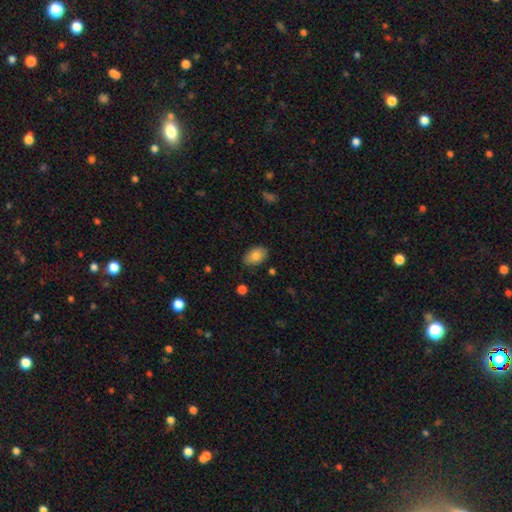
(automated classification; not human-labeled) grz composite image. It shows a smooth galaxy with no disk features (83%) that is in between round and cigar-shaped (86%). Merging: none (82%).